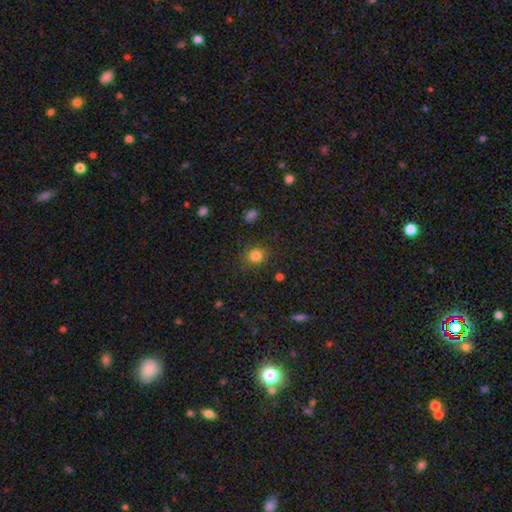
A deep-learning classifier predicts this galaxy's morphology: Overall: smooth (82%). How rounded: round (79%). Merging: none (83%).